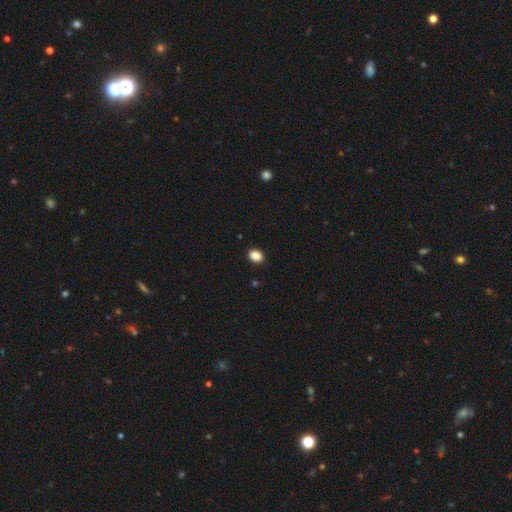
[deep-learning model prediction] The model was most divided on "how rounded": in between: 61%, round: 38%, cigar-shaped: 1%. More confident: merging — none (91%); smooth or featured — smooth (88%).